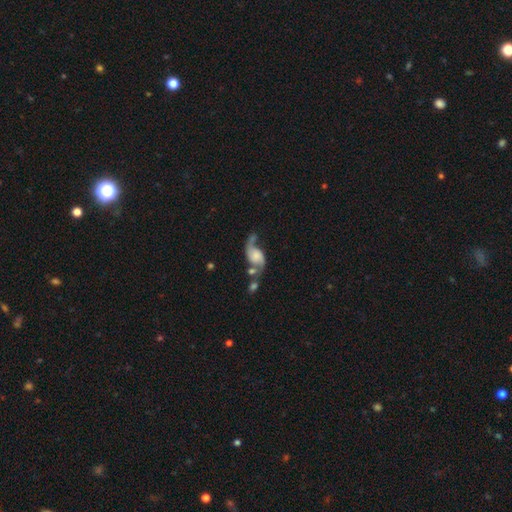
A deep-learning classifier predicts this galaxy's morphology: This appears to be a featured or disk galaxy (80%) with no bar (66%), 2 (89%) loose (77%) spiral arms (94%) and a small central bulge (28%). Merging: none (40%).